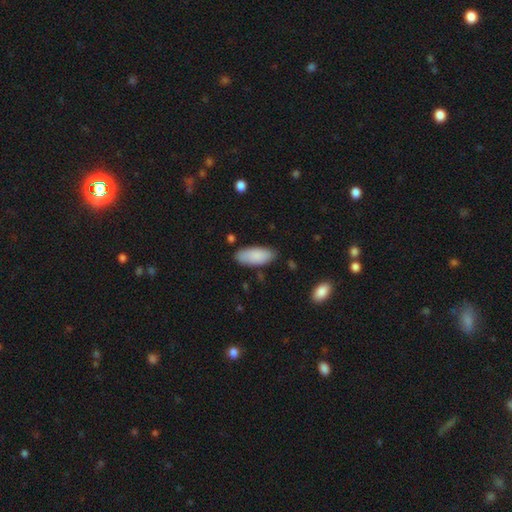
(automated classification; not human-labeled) Smooth or featured?
  - smooth: 87% *
  - featured or disk: 7%
  - star or artifact: 6%
How rounded?
  - in between: 84% *
  - cigar-shaped: 14%
  - round: 2%
Merging?
  - none: 81% *
  - minor disturbance: 14%
  - major disturbance: 3%
  - merger: 2%